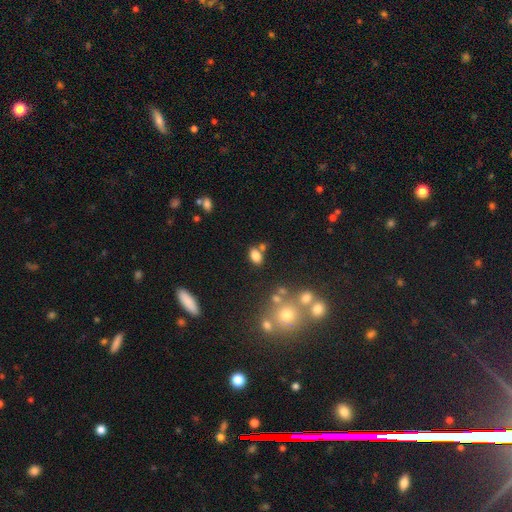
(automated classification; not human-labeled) smooth 80%, star or artifact 12%, featured or disk 9%. Down the decision tree: how rounded — in between (85%); merging — none (67%).